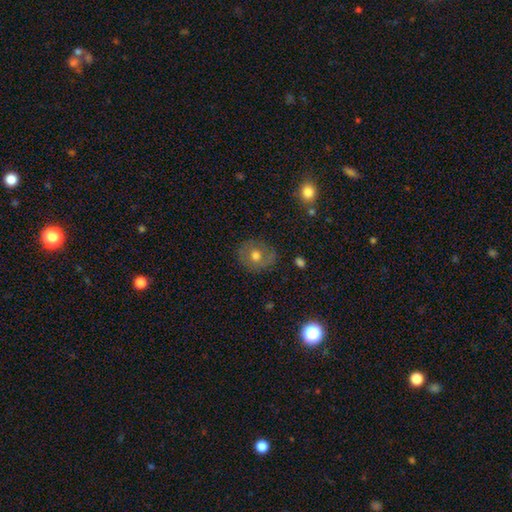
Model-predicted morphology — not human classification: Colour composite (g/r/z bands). It shows a smooth galaxy with no disk features (51%) that is round (75%). Merging: none (79%).